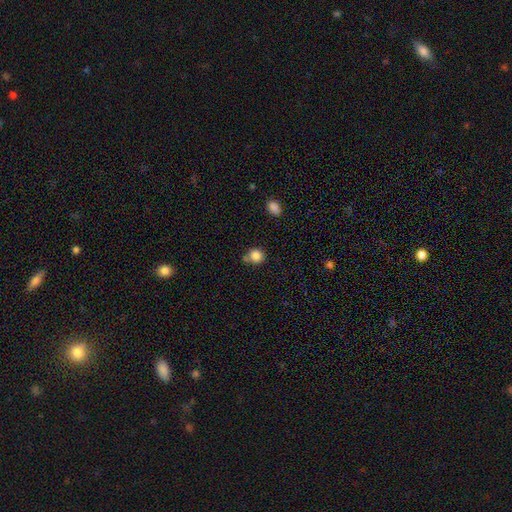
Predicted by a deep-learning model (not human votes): smooth_or_featured: smooth (p=0.86) [alt: star or artifact p=0.10]
how_rounded: round (p=0.87) [alt: in between p=0.12]
merging: none (p=0.66) [alt: minor disturbance p=0.16]